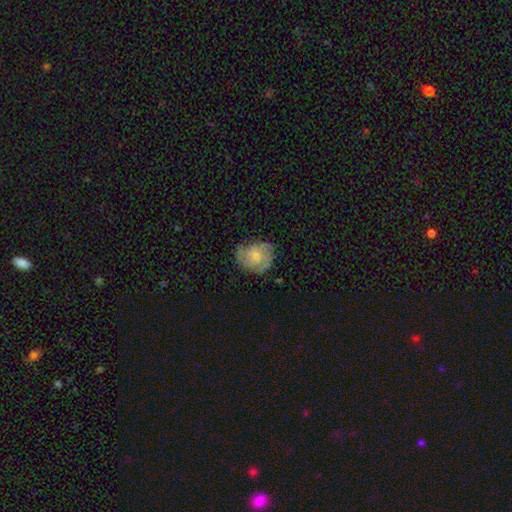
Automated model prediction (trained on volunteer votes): Q: Smooth or featured?
A: featured or disk (58%); runner-up: smooth (35%)
Q: Edge-on disk?
A: no (97%); runner-up: yes (3%)
Q: Bar?
A: no (81%); runner-up: weak (17%)
Q: Spiral arms?
A: yes (83%); runner-up: no (17%)
Q: Bulge size?
A: small (52%); runner-up: moderate (40%)
Q: Merging?
A: none (63%); runner-up: minor disturbance (27%)